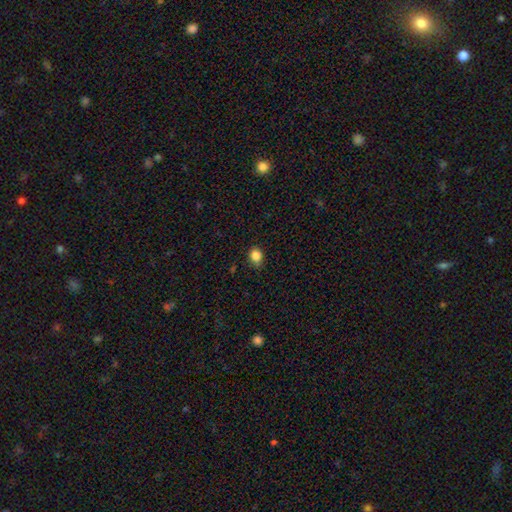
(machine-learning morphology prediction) Smooth or featured?
  - smooth: 84% *
  - star or artifact: 11%
  - featured or disk: 4%
How rounded?
  - round: 60% *
  - in between: 39%
  - cigar-shaped: 1%
Merging?
  - none: 81% *
  - minor disturbance: 15%
  - major disturbance: 3%
  - merger: 1%